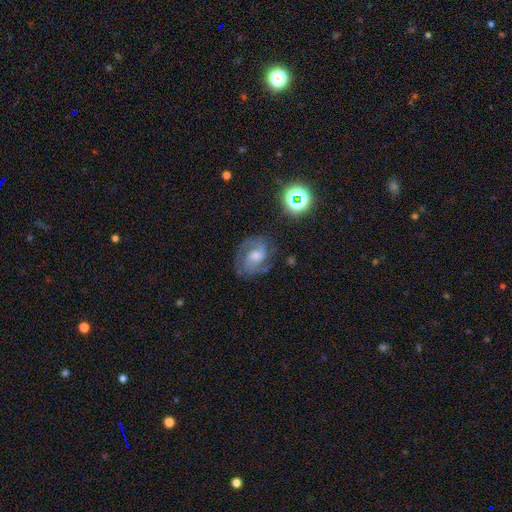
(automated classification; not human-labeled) Overall: featured or disk (73%). Edge-on disk: no (98%). Bar: no (45%, tied with weak). Spiral arms: yes (92%). Spiral arm count: 2 (69%). Spiral winding: medium (49%; tight 38%). Bulge size: moderate (47%; small 30%). Merging: none (70%).